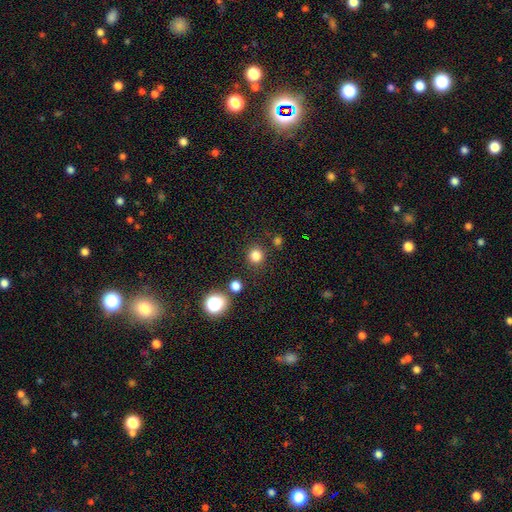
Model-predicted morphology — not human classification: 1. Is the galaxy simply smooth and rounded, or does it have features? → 81% smooth, 14% star or artifact, 4% featured or disk.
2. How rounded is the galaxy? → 90% round, 9% in between, 1% cigar-shaped.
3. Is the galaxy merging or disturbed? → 86% none, 7% minor disturbance, 4% merger, 3% major disturbance.